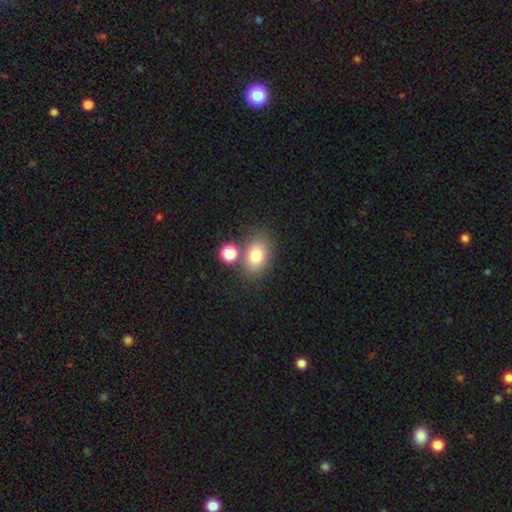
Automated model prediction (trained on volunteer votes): A smooth galaxy with no disk features (78%) that is in between round and cigar-shaped (77%).

Vote fractions:
- Smooth or featured? smooth: 78% / featured or disk: 12% / star or artifact: 10%
- How rounded? in between: 77% / round: 21% / cigar-shaped: 1%
- Merging? none: 63% / merger: 21% / minor disturbance: 12% / major disturbance: 4%